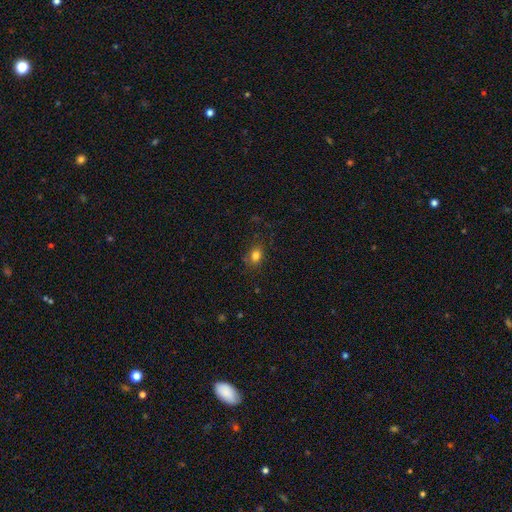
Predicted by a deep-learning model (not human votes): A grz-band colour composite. It shows a smooth galaxy with no disk features (81%) that is in between round and cigar-shaped (60%). Merging: none (80%).